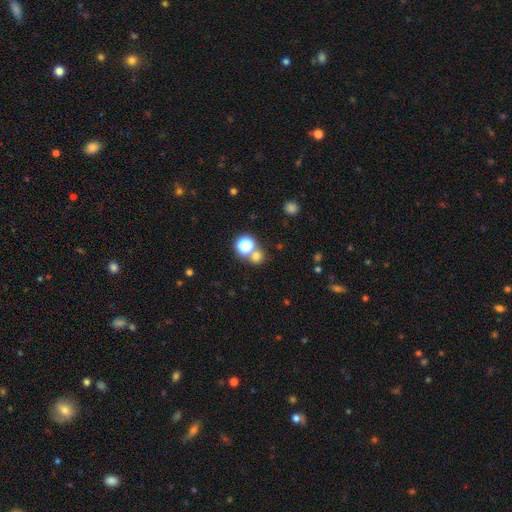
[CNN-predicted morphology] This appears to be a smooth galaxy with no disk features (68%) that is round (83%). Merging: none (57%).